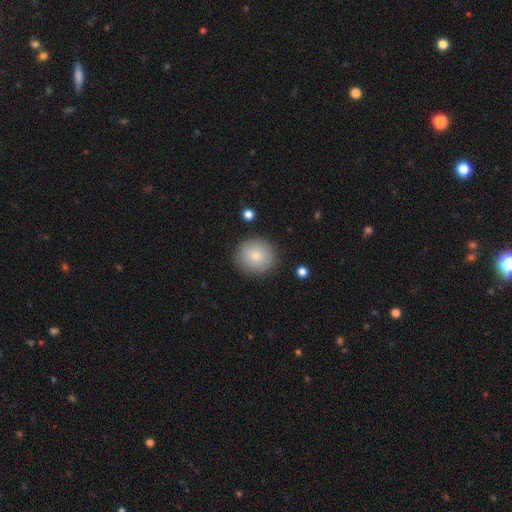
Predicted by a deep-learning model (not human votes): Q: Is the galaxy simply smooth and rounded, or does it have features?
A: smooth — 80%.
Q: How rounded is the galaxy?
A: round — 90%.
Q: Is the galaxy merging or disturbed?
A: none — 88%.